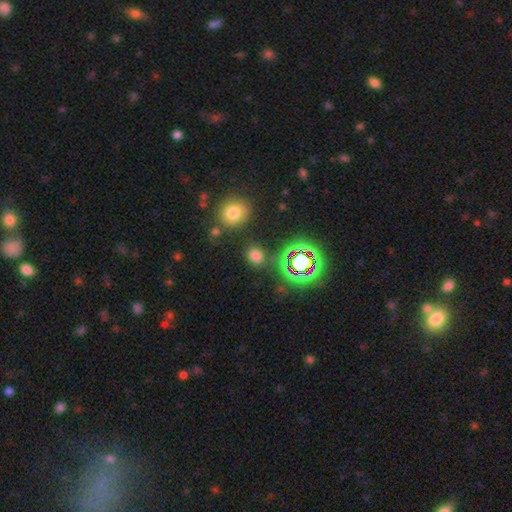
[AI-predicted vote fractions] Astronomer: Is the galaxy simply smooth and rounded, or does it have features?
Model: smooth — 67%.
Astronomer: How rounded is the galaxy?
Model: round — 75%.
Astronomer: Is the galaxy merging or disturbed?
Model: none — 81%.